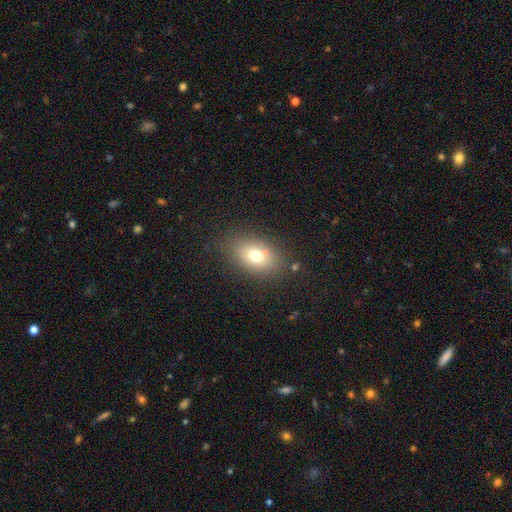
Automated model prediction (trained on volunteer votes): smooth 72%, featured or disk 16%, star or artifact 12%. Down the decision tree: how rounded — in between (79%); merging — none (78%).